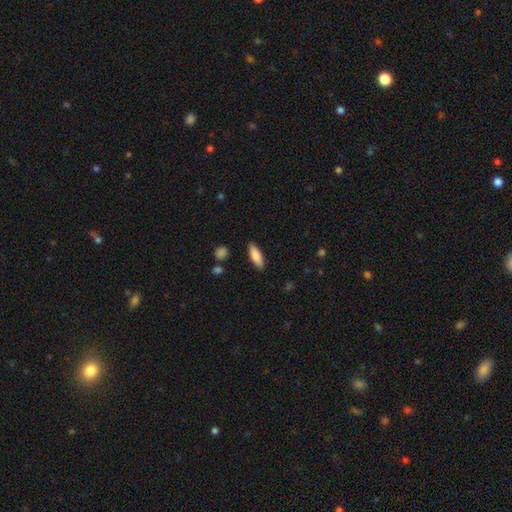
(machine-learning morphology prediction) Smooth or featured?
  - smooth: 83% *
  - featured or disk: 12%
  - star or artifact: 6%
How rounded?
  - in between: 56% *
  - cigar-shaped: 42%
  - round: 2%
Merging?
  - none: 88% *
  - minor disturbance: 9%
  - major disturbance: 2%
  - merger: 1%